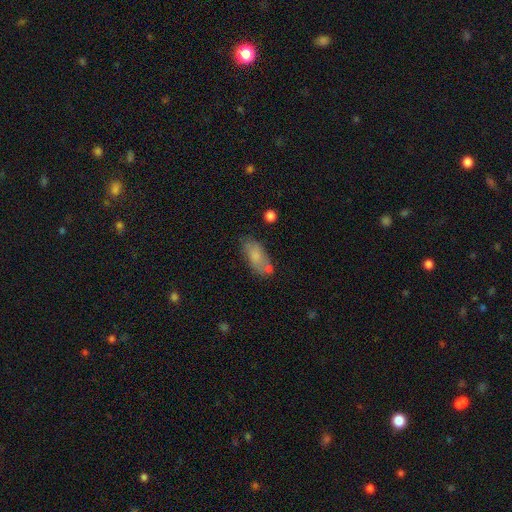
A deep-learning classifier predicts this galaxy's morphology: Q: Smooth or featured?
A: smooth (74%); runner-up: featured or disk (18%)
Q: How rounded?
A: in between (85%); runner-up: cigar-shaped (12%)
Q: Merging?
A: none (55%); runner-up: minor disturbance (22%)